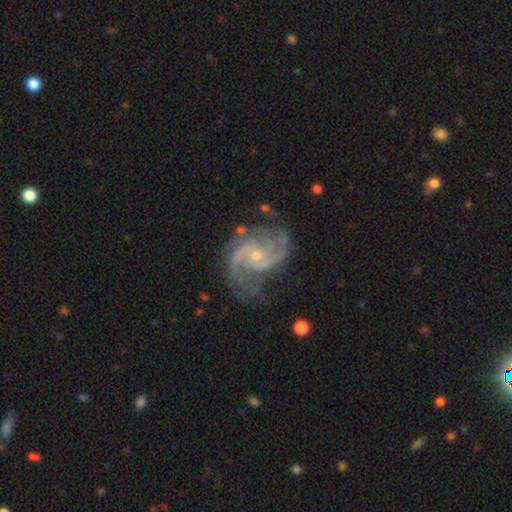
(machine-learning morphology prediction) Smooth or featured? featured or disk (92%)
Edge-on disk? no (98%)
Bar? no (67%)
Spiral arms? yes (98%)
Spiral winding? medium (56%)
Spiral arm count? 2 (57%)
Bulge size? small (70%)
Merging? none (65%)